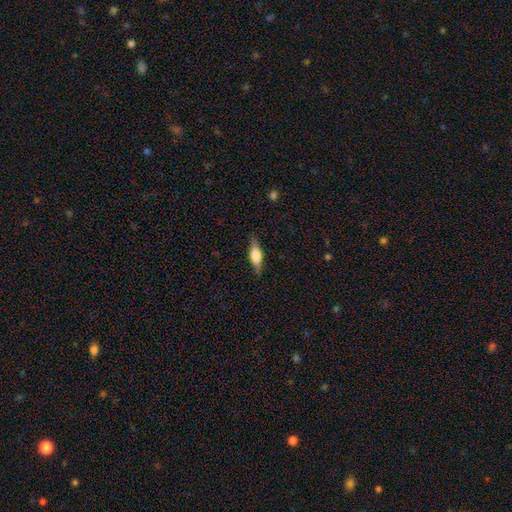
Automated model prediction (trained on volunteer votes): This appears to be a smooth galaxy with no disk features (47%). Merging: none (84%).